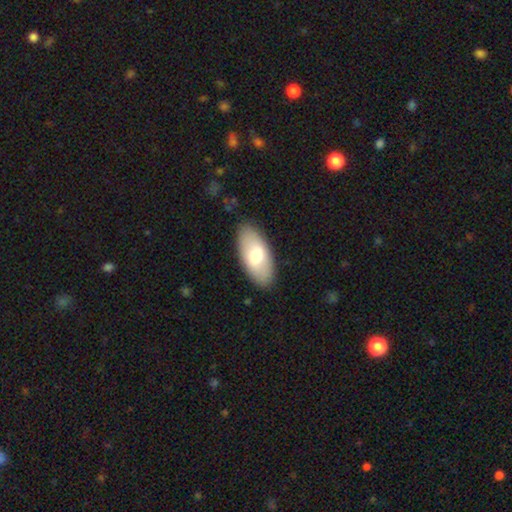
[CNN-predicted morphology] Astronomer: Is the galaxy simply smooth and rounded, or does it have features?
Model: smooth — 68%.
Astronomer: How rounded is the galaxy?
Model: in between — 92%.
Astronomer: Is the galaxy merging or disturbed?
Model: none — 87%.